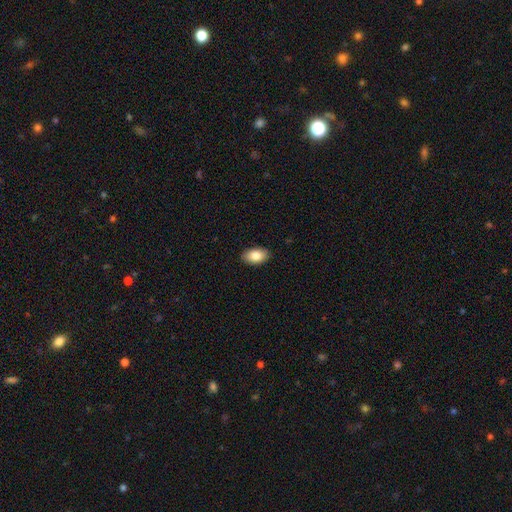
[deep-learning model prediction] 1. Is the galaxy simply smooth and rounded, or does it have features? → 85% smooth, 8% featured or disk, 7% star or artifact.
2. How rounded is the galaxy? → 92% in between, 6% round, 1% cigar-shaped.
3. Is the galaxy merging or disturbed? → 90% none, 8% minor disturbance, 2% major disturbance, 1% merger.